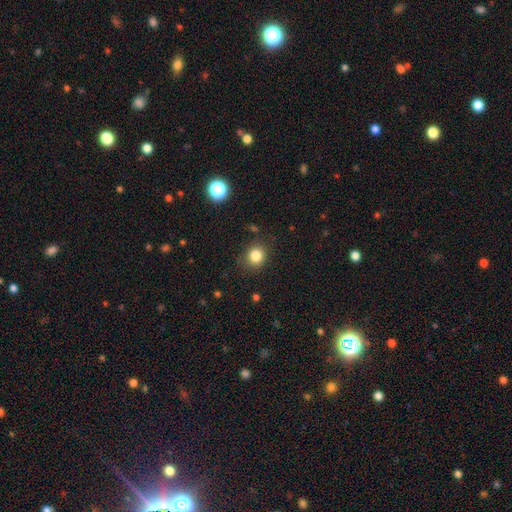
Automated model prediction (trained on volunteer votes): Morphology: type=smooth (83%); roundness=round (78%); merging=none (84%).